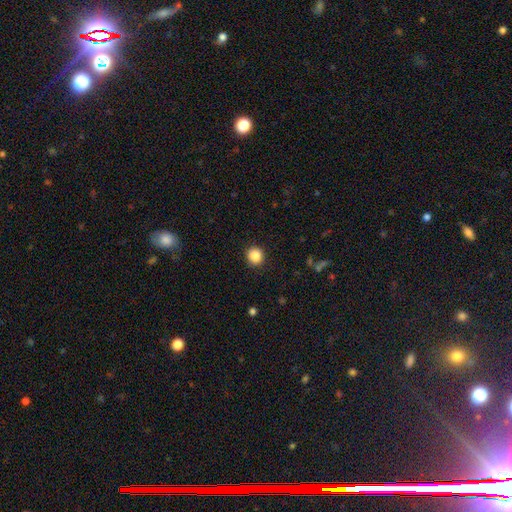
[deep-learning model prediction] A smooth galaxy with no disk features (87%) that is round (91%).

Vote fractions:
- Smooth or featured? smooth: 87% / star or artifact: 10% / featured or disk: 3%
- How rounded? round: 91% / in between: 8% / cigar-shaped: 1%
- Merging? none: 90% / minor disturbance: 7% / major disturbance: 2% / merger: 1%